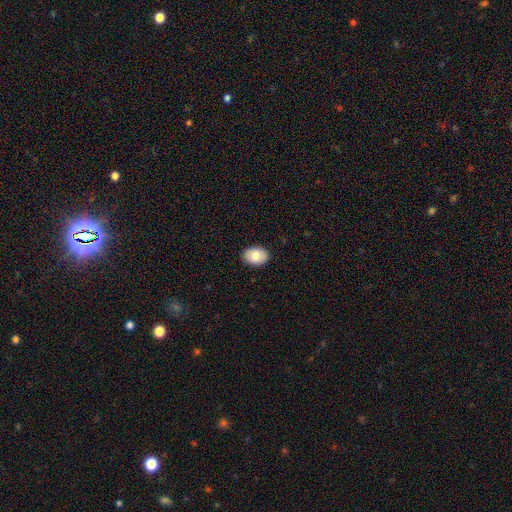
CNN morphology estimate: A smooth galaxy with no disk features (79%) that is in between round and cigar-shaped (76%).

Vote fractions:
- Smooth or featured? smooth: 79% / featured or disk: 14% / star or artifact: 7%
- How rounded? in between: 76% / round: 23% / cigar-shaped: 1%
- Merging? none: 90% / minor disturbance: 8% / major disturbance: 2% / merger: 1%